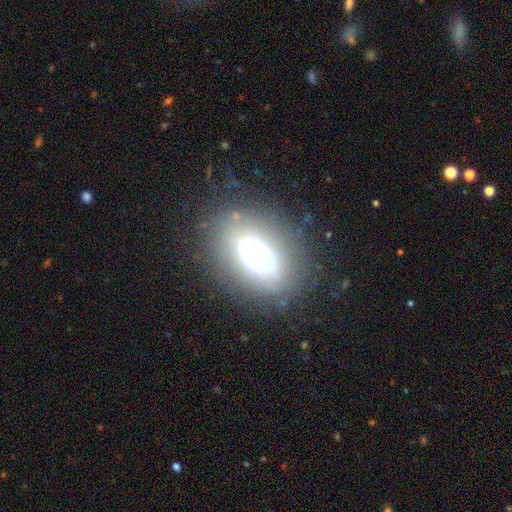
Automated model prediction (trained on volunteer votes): smooth-or-featured: featured or disk: 47% | smooth: 35% | star or artifact: 18%
  merging: none: 69% | minor disturbance: 17% | major disturbance: 11% | merger: 4%